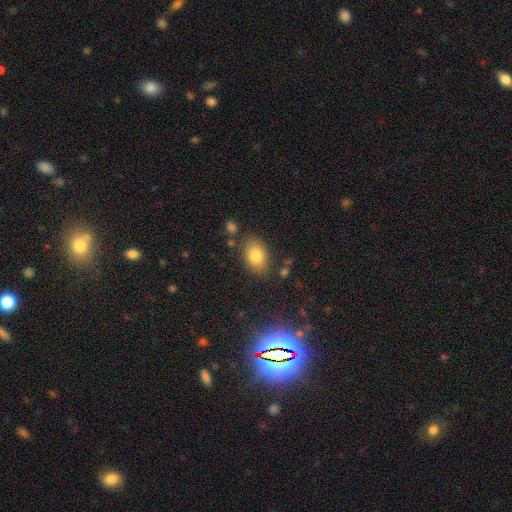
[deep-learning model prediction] This is clearly a smooth galaxy (81%). How rounded: clearly in between (81%). Merging: likely none (79%).